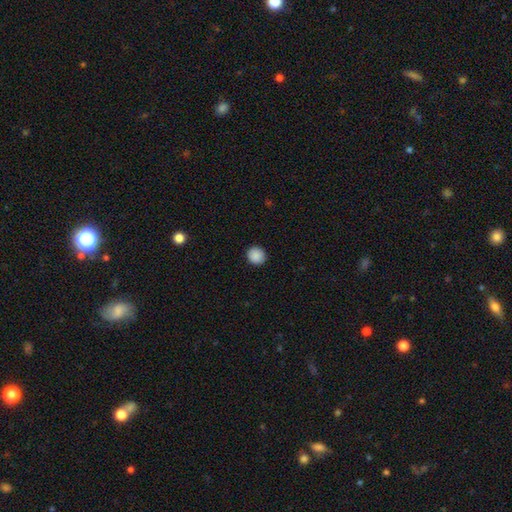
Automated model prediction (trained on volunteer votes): smooth 89%, star or artifact 8%, featured or disk 3%. Down the decision tree: how rounded — round (91%); merging — none (91%).